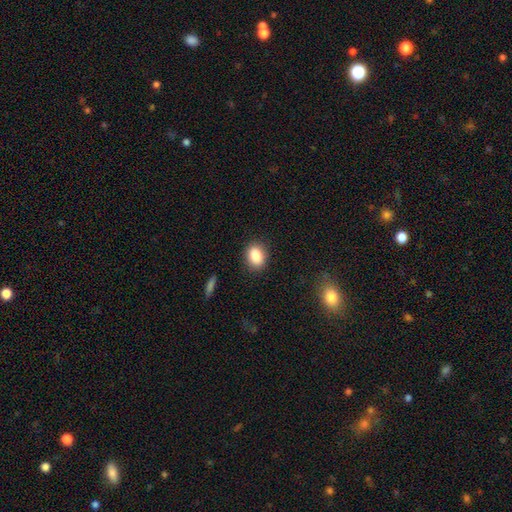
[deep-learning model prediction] Smooth or featured? smooth (86%)
How rounded? in between (70%)
Merging? none (86%)